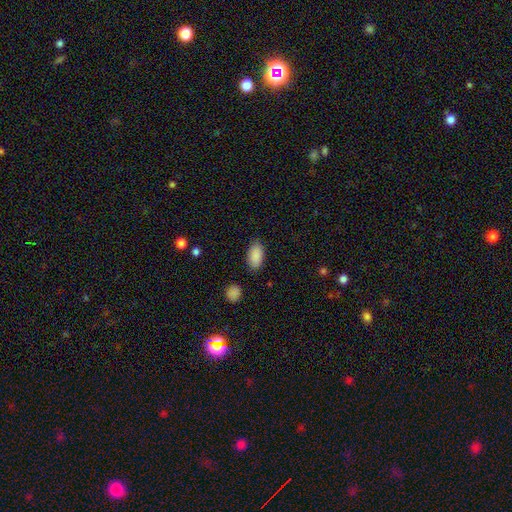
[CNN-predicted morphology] smooth_or_featured: smooth (p=0.89) [alt: star or artifact p=0.07]
how_rounded: in between (p=0.94) [alt: round p=0.03]
merging: none (p=0.85) [alt: minor disturbance p=0.11]